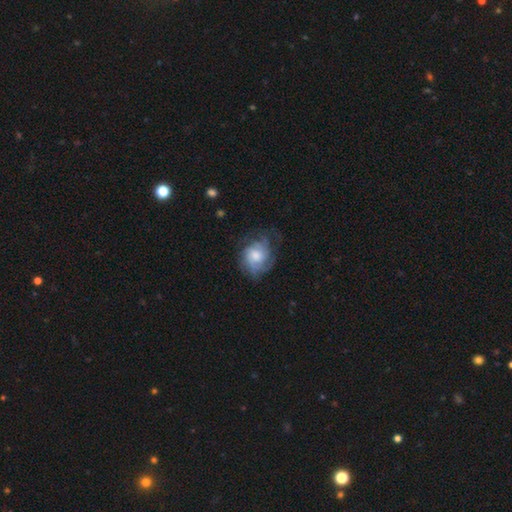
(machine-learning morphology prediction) smooth-or-featured: featured or disk: 70% | smooth: 23% | star or artifact: 7%
  disk-edge-on: no: 98% | yes: 2%
    bar: no: 74% | weak: 23% | strong: 3%
    has-spiral-arms: yes: 92% | no: 8%
      spiral-winding: tight: 55% | medium: 34% | loose: 11%
      spiral-arm-count: can't tell: 39% | 3: 19% | 2: 15% | 4: 14% | more than 4: 7% | 1: 6%
    bulge-size: moderate: 49% | large: 23% | small: 20% | none: 5% | dominant: 2%
  merging: none: 64% | minor disturbance: 21% | major disturbance: 14% | merger: 1%